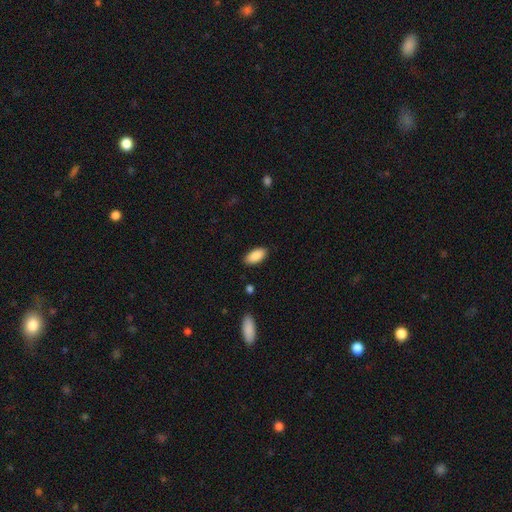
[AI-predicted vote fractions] This appears to be a smooth galaxy with no disk features (89%) that is in between round and cigar-shaped (92%). Merging: none (87%).